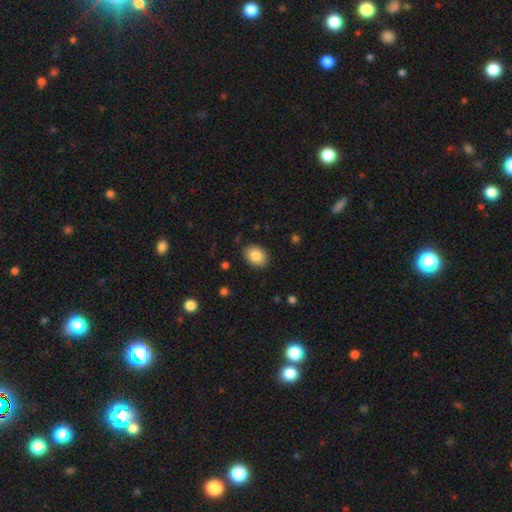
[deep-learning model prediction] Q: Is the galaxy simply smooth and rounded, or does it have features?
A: smooth — 85%.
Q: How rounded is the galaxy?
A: in between — 66%.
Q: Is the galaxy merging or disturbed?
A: none — 88%.